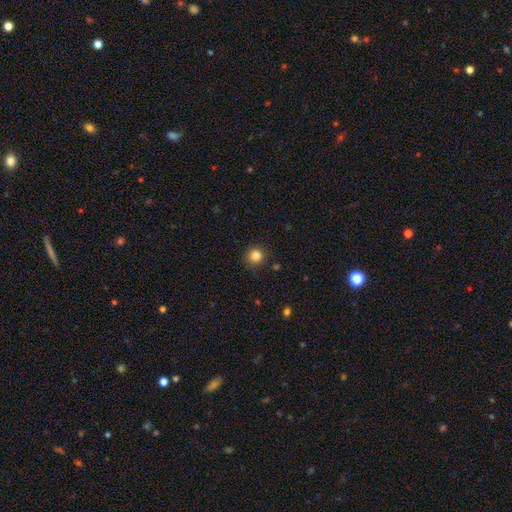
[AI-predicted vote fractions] Overall: smooth (84%). How rounded: round (93%). Merging: none (89%).